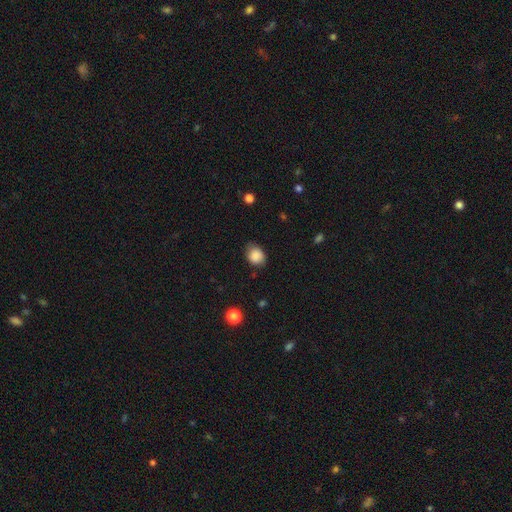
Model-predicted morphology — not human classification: smooth_or_featured: smooth (p=0.87) [alt: star or artifact p=0.08]
how_rounded: round (p=0.52) [alt: in between p=0.47]
merging: none (p=0.68) [alt: minor disturbance p=0.25]